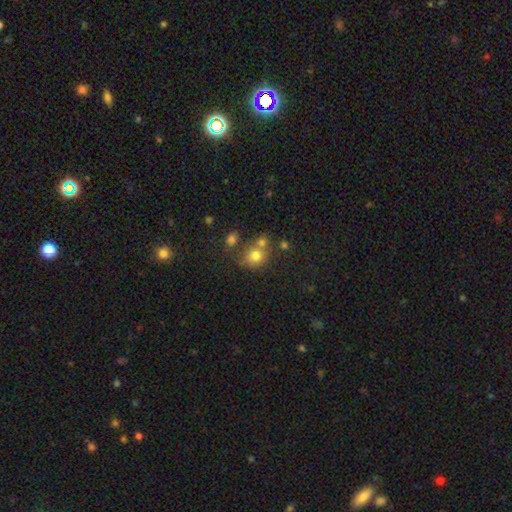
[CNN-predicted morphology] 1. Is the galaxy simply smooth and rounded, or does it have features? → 75% smooth, 14% star or artifact, 11% featured or disk.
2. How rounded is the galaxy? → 74% round, 25% in between, 1% cigar-shaped.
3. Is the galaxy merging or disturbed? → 52% none, 30% merger, 13% minor disturbance, 5% major disturbance.